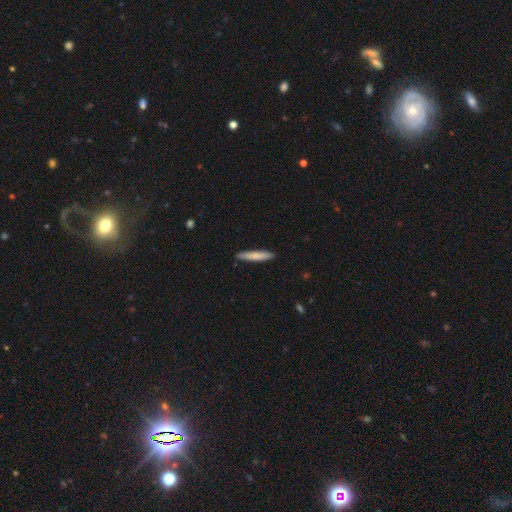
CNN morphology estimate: type=smooth (78%); roundness=cigar-shaped (92%); merging=none (90%).